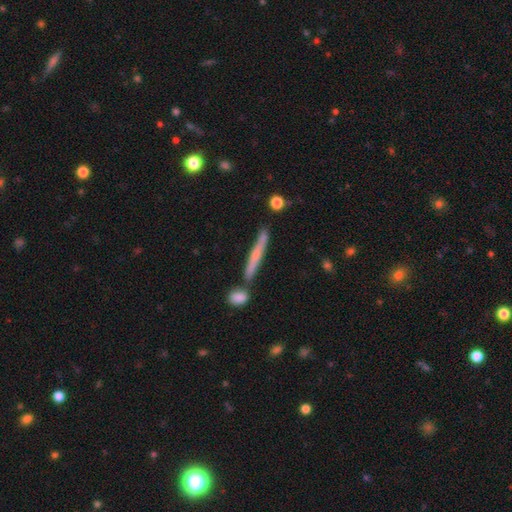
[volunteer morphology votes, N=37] featured or disk 54%, smooth 46%, star or artifact 0%. Down the decision tree: edge-on disk — yes (100%); edge-on bulge — rounded (60%); merging — none (81%).